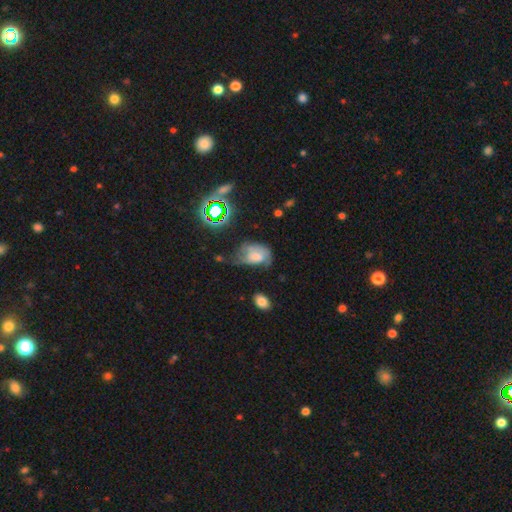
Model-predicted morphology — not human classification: Overall: smooth (52%; featured or disk 34%). How rounded: in between (81%). Merging: major disturbance (36%; minor disturbance 35%).